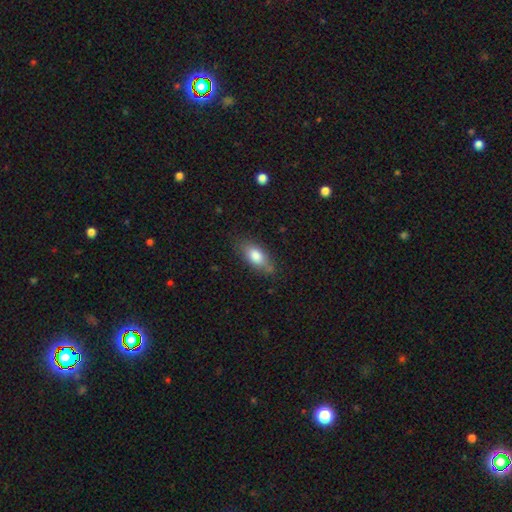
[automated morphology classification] smooth 80%, featured or disk 13%, star or artifact 7%. Down the decision tree: how rounded — in between (85%); merging — none (74%).